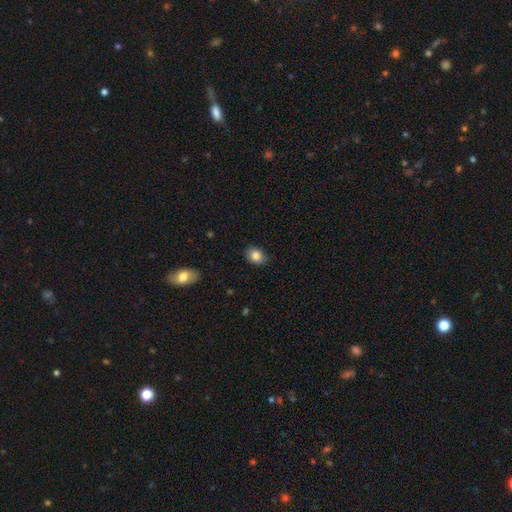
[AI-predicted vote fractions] This is clearly a smooth galaxy (85%). How rounded: possibly in between (58%). Merging: likely none (79%).